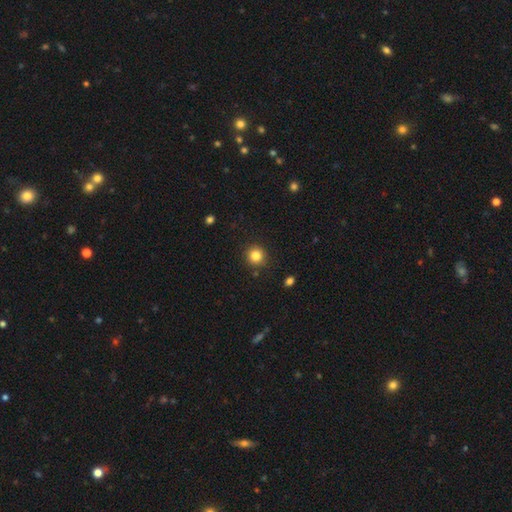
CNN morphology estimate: type=smooth (84%); roundness=round (93%); merging=none (90%).